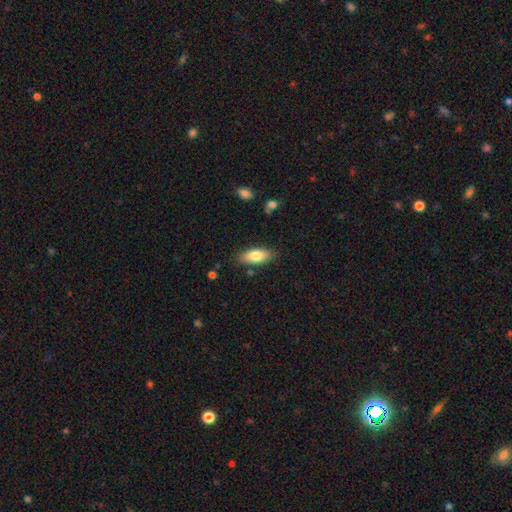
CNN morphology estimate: Smooth or featured? Predicted: smooth (p=0.81). How rounded? Predicted: in between (p=0.80). Merging? Predicted: none (p=0.83).